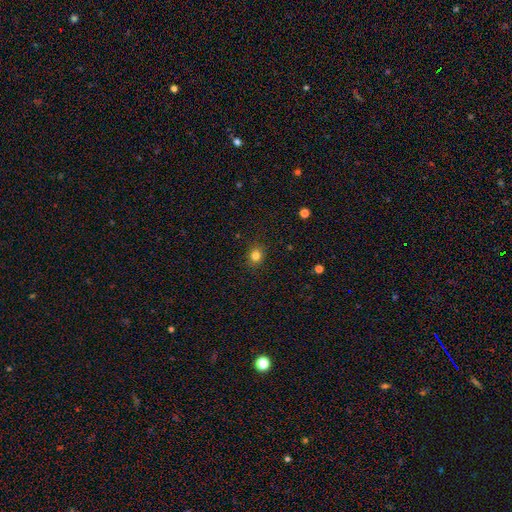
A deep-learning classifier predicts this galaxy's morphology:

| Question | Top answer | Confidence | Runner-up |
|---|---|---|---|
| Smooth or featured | smooth | 82% | star or artifact (13%) |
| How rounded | round | 70% | in between (29%) |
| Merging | none | 89% | minor disturbance (8%) |